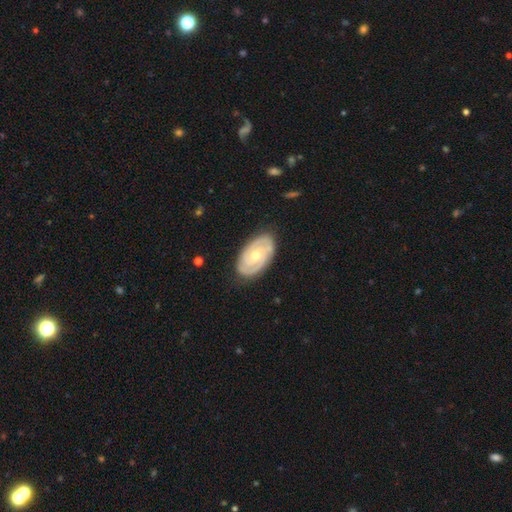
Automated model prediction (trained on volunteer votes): Smooth or featured?
  - featured or disk: 86% *
  - smooth: 10%
  - star or artifact: 4%
Edge-on disk?
  - no: 96% *
  - yes: 4%
Bar?
  - no: 69% *
  - weak: 25%
  - strong: 6%
Spiral arms?
  - yes: 95% *
  - no: 5%
Spiral winding?
  - tight: 74% *
  - medium: 22%
  - loose: 4%
Spiral arm count?
  - 2: 67% *
  - 3: 13%
  - can't tell: 12%
  - 1: 3%
  - 4: 3%
  - more than 4: 2%
Bulge size?
  - moderate: 63% *
  - small: 34%
  - large: 2%
  - none: 1%
  - dominant: 1%
Merging?
  - none: 84% *
  - minor disturbance: 12%
  - major disturbance: 3%
  - merger: 1%